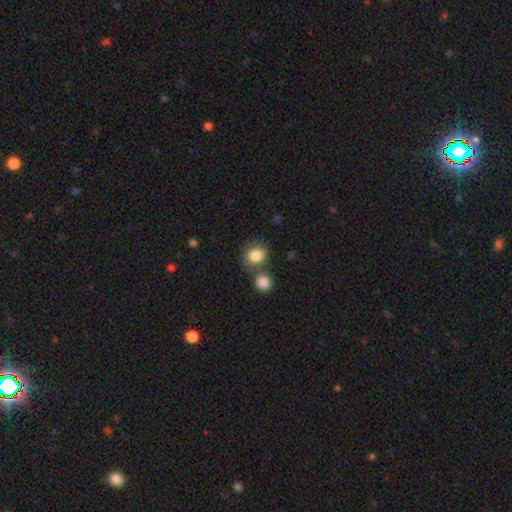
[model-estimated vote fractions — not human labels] Overall: smooth (84%). How rounded: round (73%). Merging: none (54%; merger 30%).